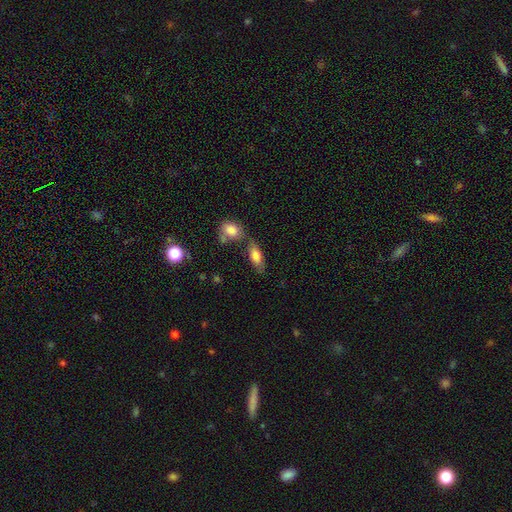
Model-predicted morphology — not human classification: type=smooth (76%); roundness=in between (78%); merging=none (61%).